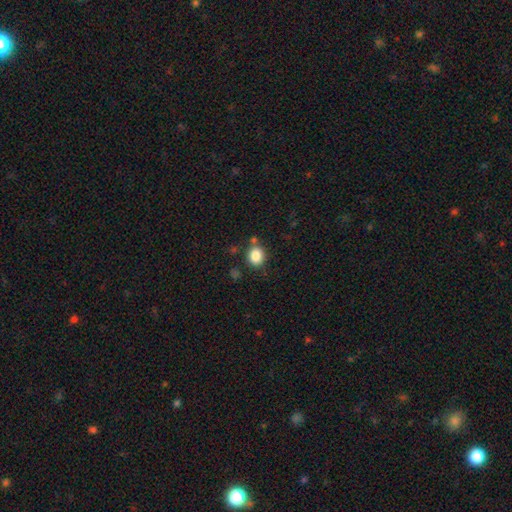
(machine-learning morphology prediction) Smooth or featured? smooth (86%)
How rounded? round (62%)
Merging? none (77%)